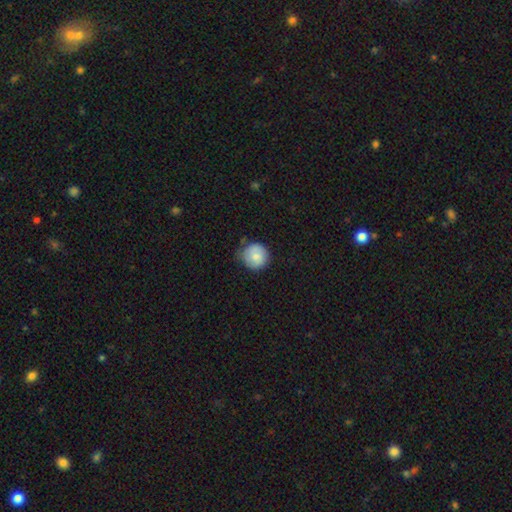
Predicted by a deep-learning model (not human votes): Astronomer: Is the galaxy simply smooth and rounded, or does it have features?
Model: smooth — 77%.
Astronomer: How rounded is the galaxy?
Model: round — 92%.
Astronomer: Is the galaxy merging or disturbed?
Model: none — 65%.